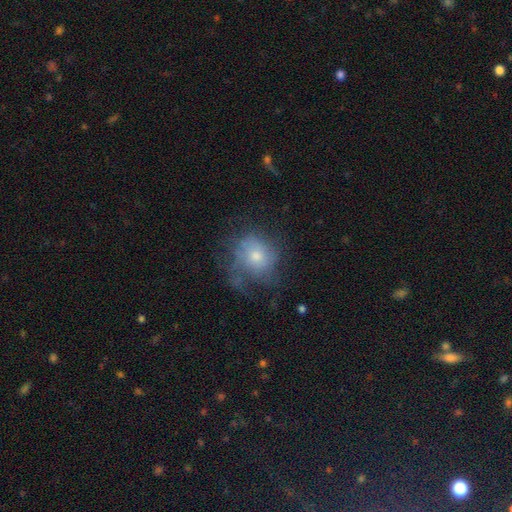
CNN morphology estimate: This appears to be a smooth galaxy with no disk features (47%). Merging: none (45%).